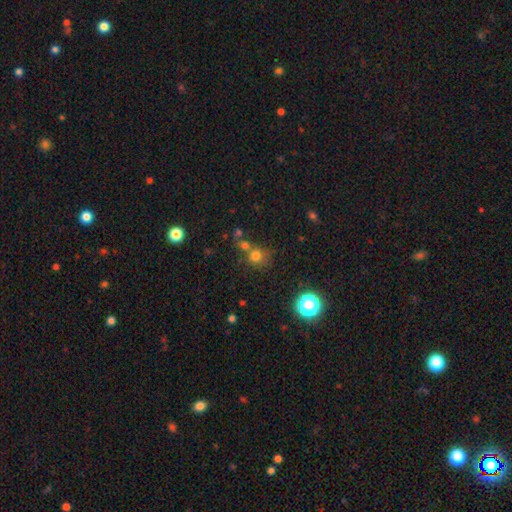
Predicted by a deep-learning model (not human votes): smooth 70%, star or artifact 21%, featured or disk 9%. Down the decision tree: how rounded — round (84%); merging — none (55%).